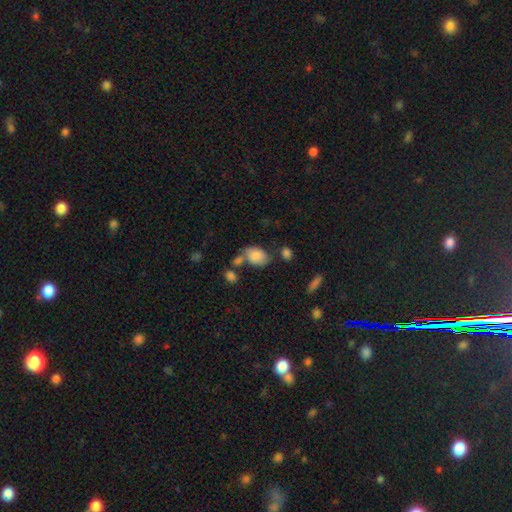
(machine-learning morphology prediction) This is clearly a smooth galaxy (82%). How rounded: likely in between (80%). Merging: possibly none (47%).